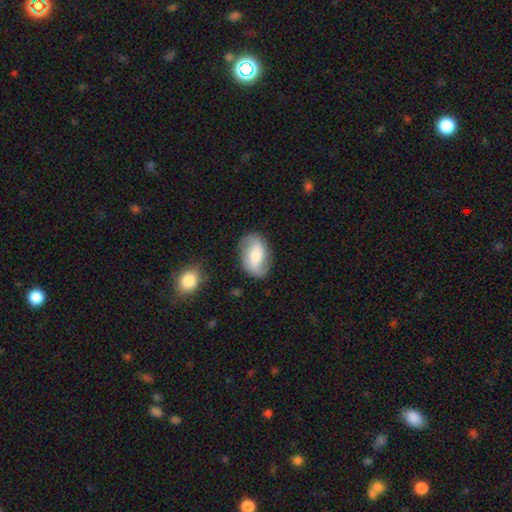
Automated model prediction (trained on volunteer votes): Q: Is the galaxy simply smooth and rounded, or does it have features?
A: featured or disk — 58%.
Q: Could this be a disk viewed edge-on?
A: no — 96%.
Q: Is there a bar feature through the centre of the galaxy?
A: weak — 41%.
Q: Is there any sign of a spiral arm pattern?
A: yes — 86%.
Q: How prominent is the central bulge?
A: moderate — 56%.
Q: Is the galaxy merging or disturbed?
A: none — 80%.